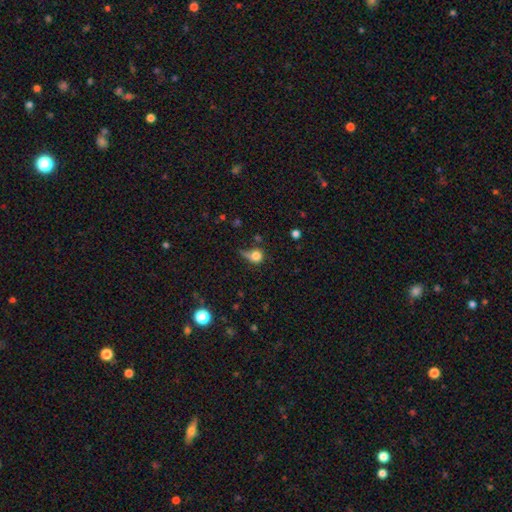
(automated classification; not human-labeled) Overall: smooth (75%). How rounded: round (78%). Merging: none (35%; major disturbance 28%).